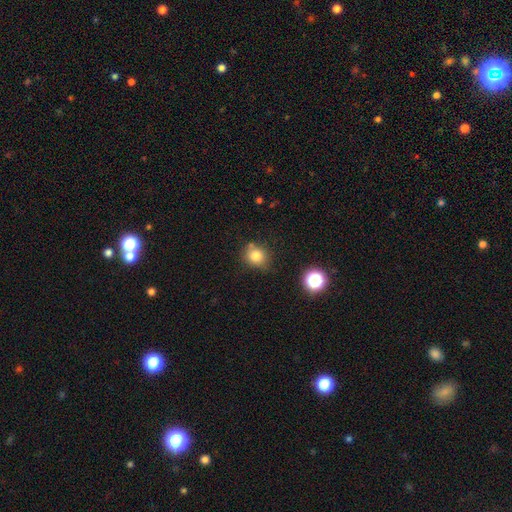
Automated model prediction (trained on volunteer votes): smooth_or_featured: smooth (p=0.80) [alt: star or artifact p=0.12]
how_rounded: round (p=0.75) [alt: in between p=0.24]
merging: none (p=0.73) [alt: minor disturbance p=0.17]